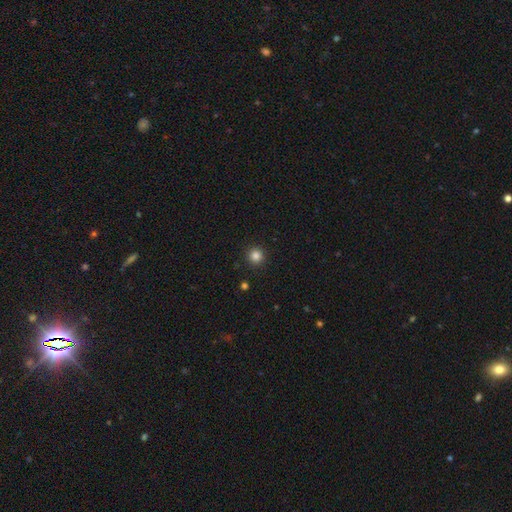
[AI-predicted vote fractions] Overall: smooth (84%). How rounded: round (95%). Merging: none (92%).